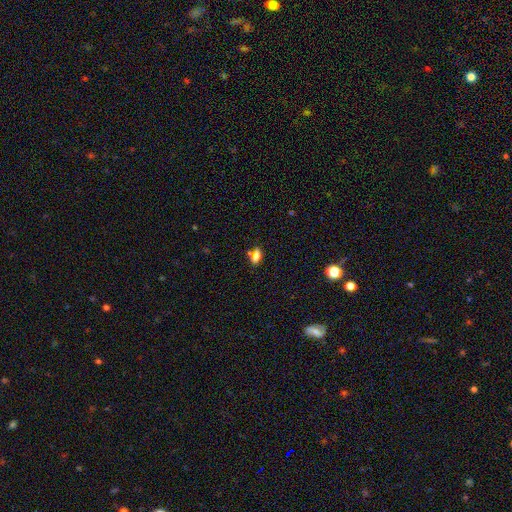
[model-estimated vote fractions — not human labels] smooth 61%, star or artifact 27%, featured or disk 12%. Down the decision tree: how rounded — in between (61%); merging — none (72%).